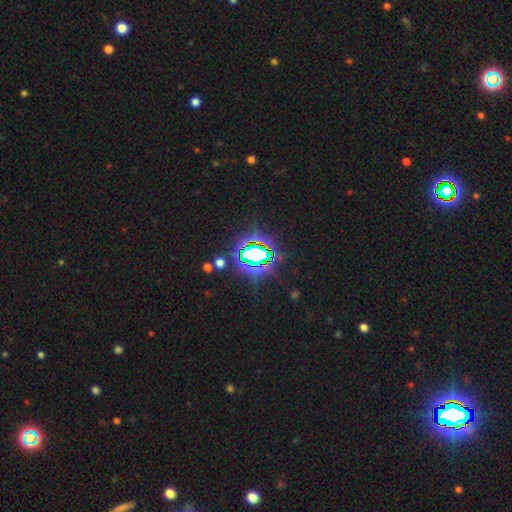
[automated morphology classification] type=star or artifact (78%).